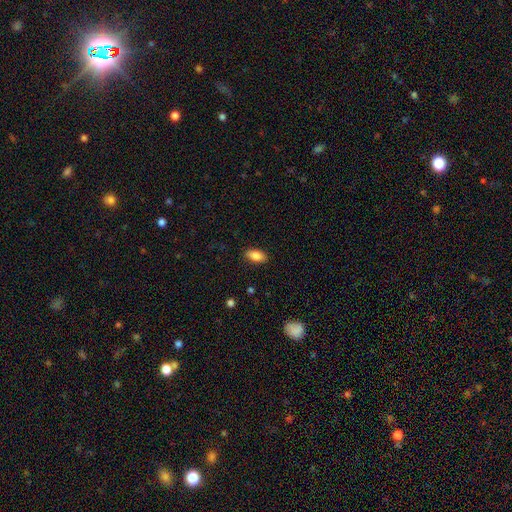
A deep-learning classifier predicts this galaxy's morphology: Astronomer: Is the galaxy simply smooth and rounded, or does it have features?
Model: smooth — 87%.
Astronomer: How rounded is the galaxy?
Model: in between — 91%.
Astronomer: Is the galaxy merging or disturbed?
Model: none — 86%.